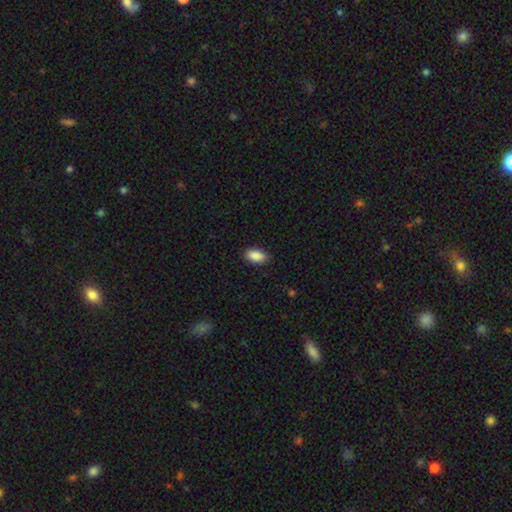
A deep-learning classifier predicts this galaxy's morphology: A smooth galaxy with no disk features (89%) that is in between round and cigar-shaped (93%). Merging: none (87%).